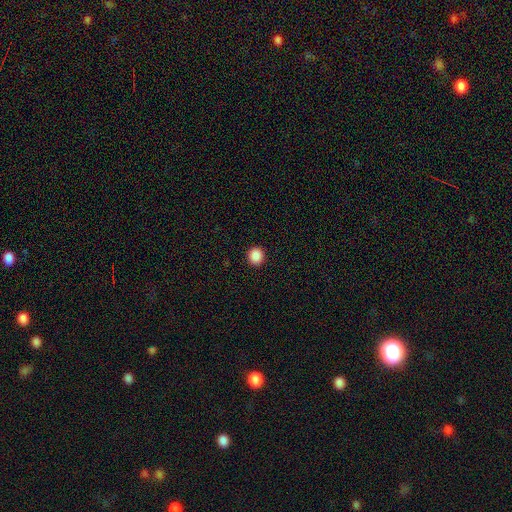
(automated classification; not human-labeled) Smooth or featured? smooth (88%)
How rounded? round (89%)
Merging? none (93%)